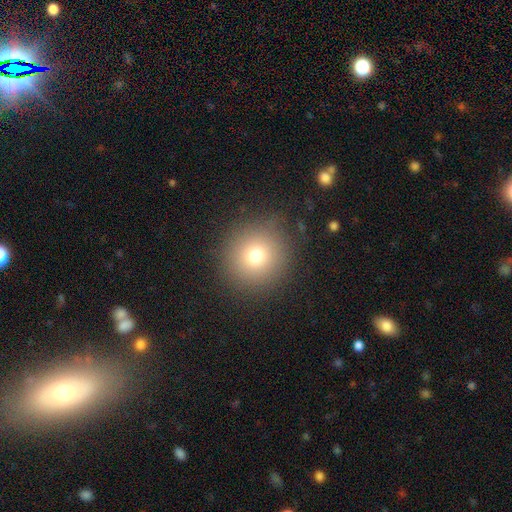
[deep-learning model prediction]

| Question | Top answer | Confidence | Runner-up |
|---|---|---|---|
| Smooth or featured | smooth | 73% | star or artifact (16%) |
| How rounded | round | 94% | in between (5%) |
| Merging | none | 88% | minor disturbance (7%) |